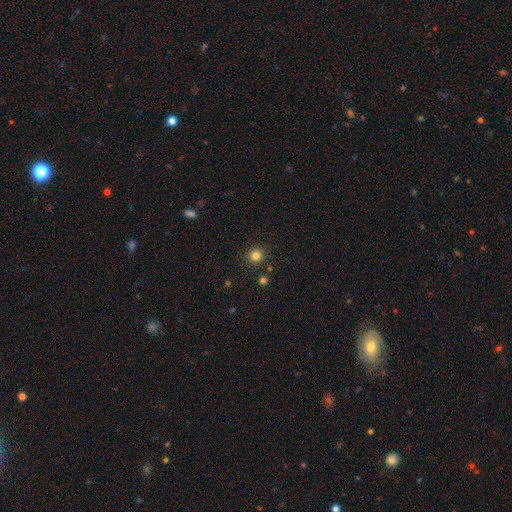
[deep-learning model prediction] Smooth or featured? smooth (82%)
How rounded? round (94%)
Merging? none (88%)